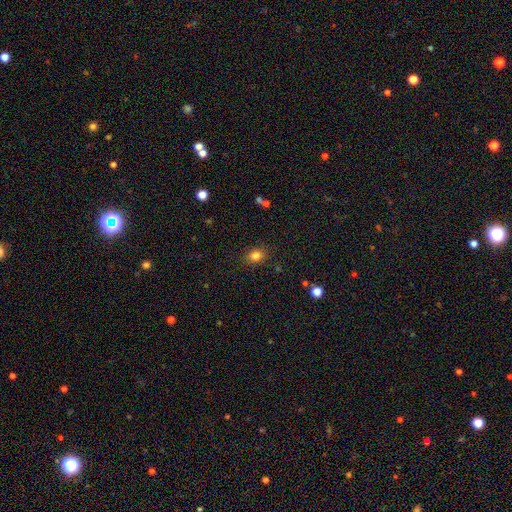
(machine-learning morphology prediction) A smooth galaxy with no disk features (82%) that is round (51%). Merging: none (85%).